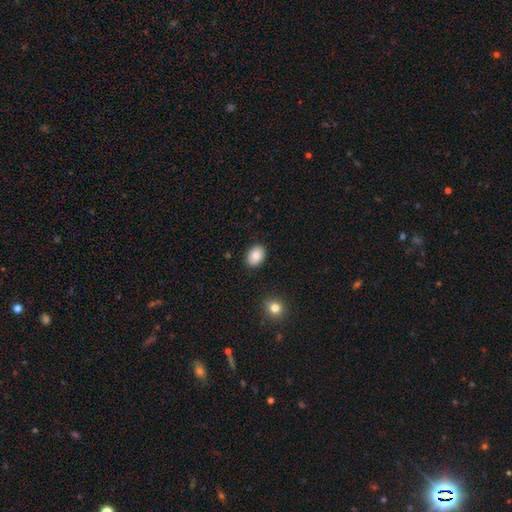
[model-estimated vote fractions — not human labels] This is clearly a smooth galaxy (85%). How rounded: likely in between (75%). Merging: clearly none (88%).